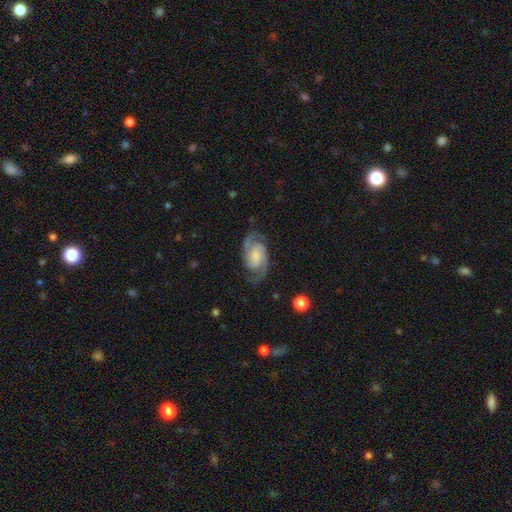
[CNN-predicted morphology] Smooth or featured? Predicted: featured or disk (p=0.86). Edge-on disk? Predicted: no (p=0.97). Bar? Predicted: no (p=0.57). Spiral arms? Predicted: yes (p=0.98). Spiral winding? Predicted: medium (p=0.53). Spiral arm count? Predicted: 2 (p=0.91). Bulge size? Predicted: small (p=0.36). Merging? Predicted: none (p=0.77).